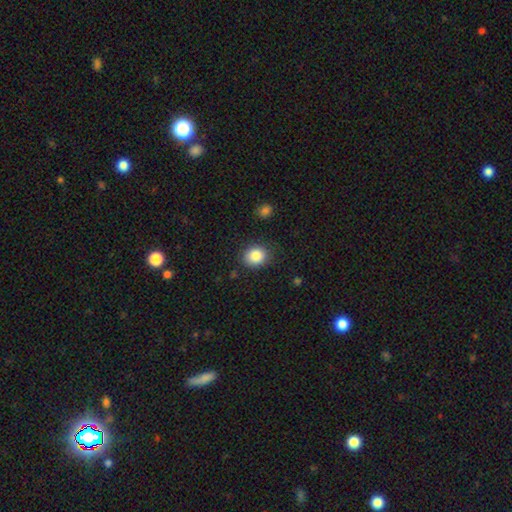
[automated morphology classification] Smooth or featured?
  - smooth: 86% *
  - star or artifact: 9%
  - featured or disk: 5%
How rounded?
  - round: 66% *
  - in between: 33%
  - cigar-shaped: 1%
Merging?
  - none: 84% *
  - minor disturbance: 11%
  - major disturbance: 3%
  - merger: 2%